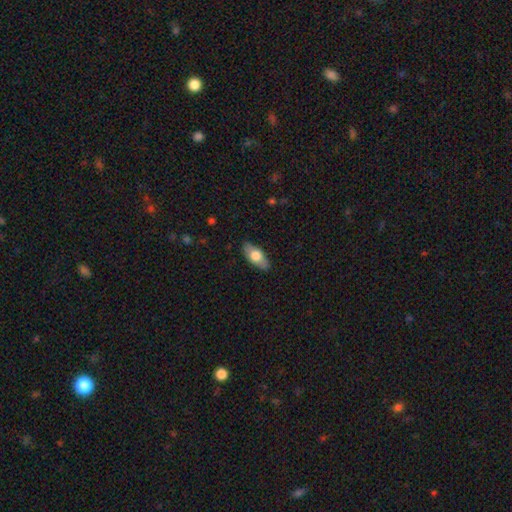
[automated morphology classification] smooth-or-featured: smooth: 67% | featured or disk: 27% | star or artifact: 6%
  how-rounded: in between: 85% | cigar-shaped: 12% | round: 3%
  merging: none: 86% | minor disturbance: 11% | major disturbance: 2% | merger: 1%